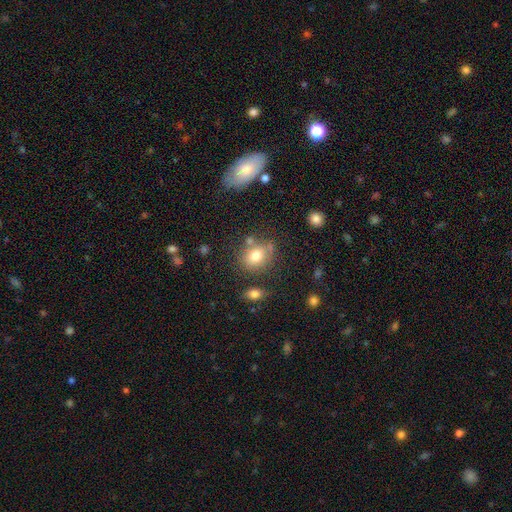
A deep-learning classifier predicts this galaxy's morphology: smooth-or-featured: smooth: 76% | featured or disk: 13% | star or artifact: 12%
  how-rounded: round: 55% | in between: 44% | cigar-shaped: 1%
  merging: none: 67% | minor disturbance: 16% | merger: 12% | major disturbance: 5%